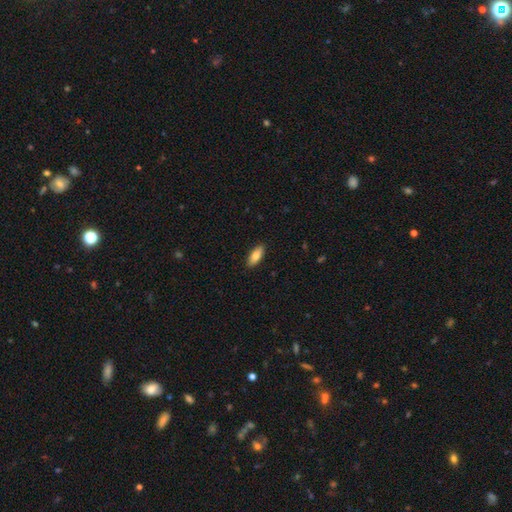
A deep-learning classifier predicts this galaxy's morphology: A smooth galaxy with no disk features (82%) that is in between round and cigar-shaped (80%). Merging: none (90%).